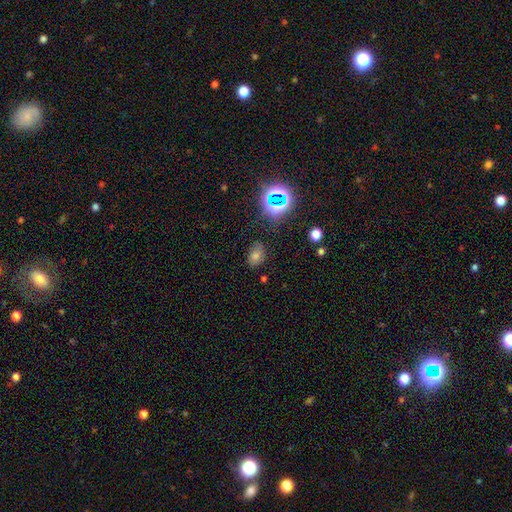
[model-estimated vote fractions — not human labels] Morphology: type=smooth (61%); roundness=in between (77%); merging=none (75%).